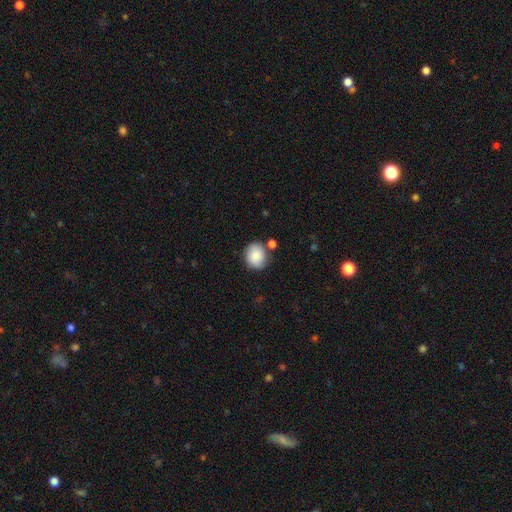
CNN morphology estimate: Q: Smooth or featured?
A: smooth (83%); runner-up: featured or disk (9%)
Q: How rounded?
A: round (74%); runner-up: in between (25%)
Q: Merging?
A: none (73%); runner-up: minor disturbance (15%)